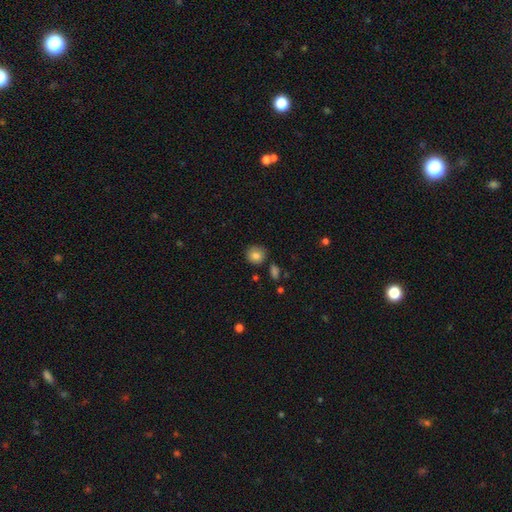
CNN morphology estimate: smooth_or_featured: smooth (p=0.83) [alt: star or artifact p=0.09]
how_rounded: round (p=0.86) [alt: in between p=0.13]
merging: none (p=0.80) [alt: minor disturbance p=0.13]